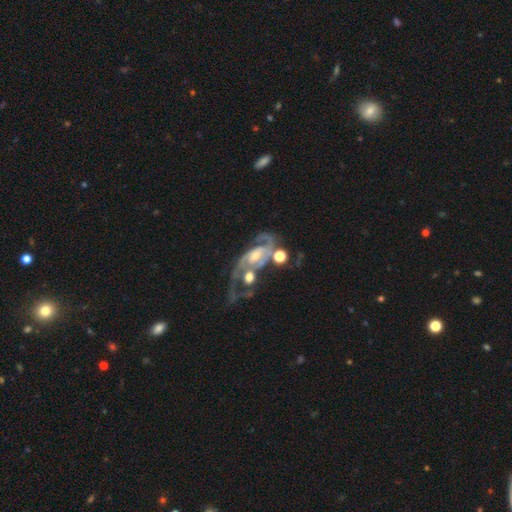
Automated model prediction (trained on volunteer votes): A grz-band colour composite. It shows a featured or disk galaxy (87%) with no bar (50%), 2 (73%) medium (46%) spiral arms (95%) and a moderate central bulge (48%). Merging: none (32%).